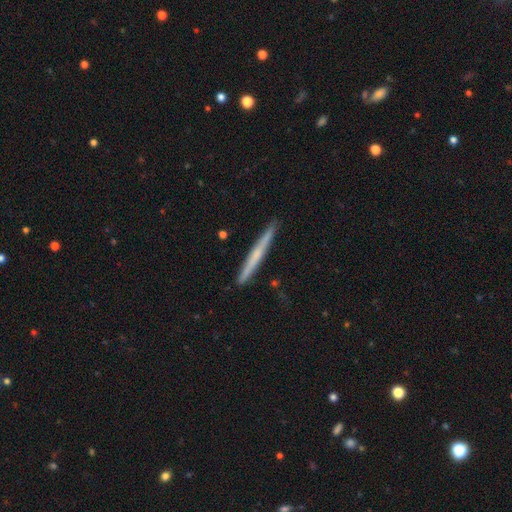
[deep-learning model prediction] The model was most divided on "smooth or featured": featured or disk: 48%, smooth: 46%, star or artifact: 6%. More confident: merging — none (90%).